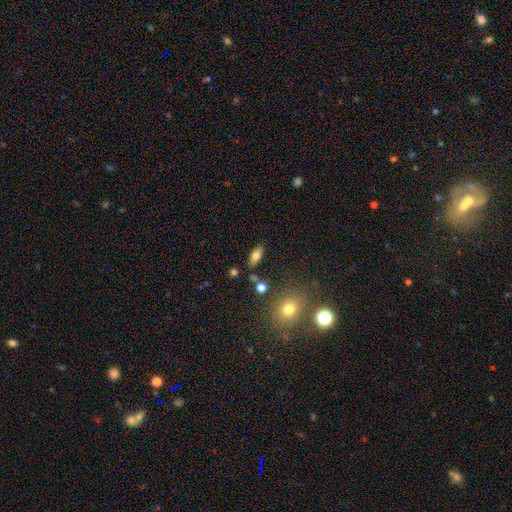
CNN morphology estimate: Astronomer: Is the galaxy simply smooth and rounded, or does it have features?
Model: smooth — 73%.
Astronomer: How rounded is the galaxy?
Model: in between — 80%.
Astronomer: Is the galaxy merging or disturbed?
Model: none — 82%.